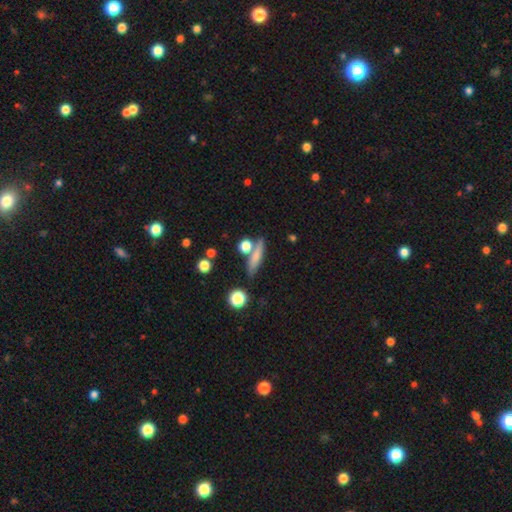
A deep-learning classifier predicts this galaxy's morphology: type=smooth (70%); roundness=cigar-shaped (72%); merging=none (71%).